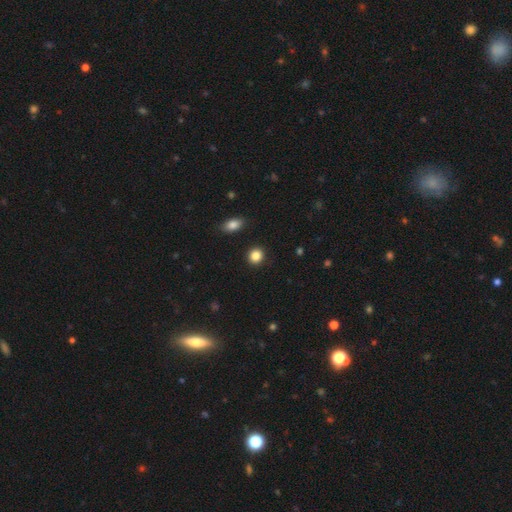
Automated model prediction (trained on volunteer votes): A smooth galaxy with no disk features (86%) that is round (85%). Merging: none (90%).